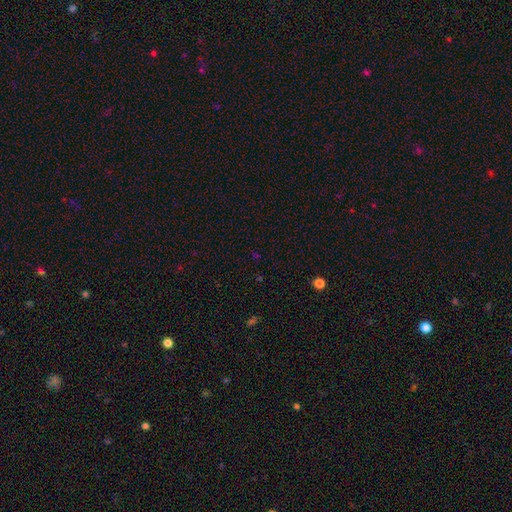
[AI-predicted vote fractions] This appears to be a star or artifact, not a galaxy (61%).